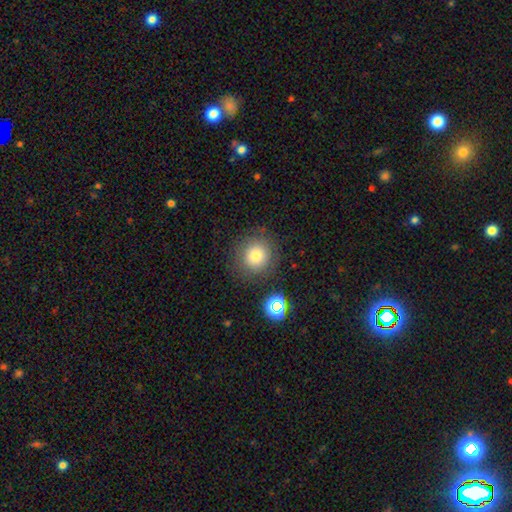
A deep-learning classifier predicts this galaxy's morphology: Smooth or featured? Predicted: smooth (p=0.78). How rounded? Predicted: round (p=0.92). Merging? Predicted: none (p=0.84).